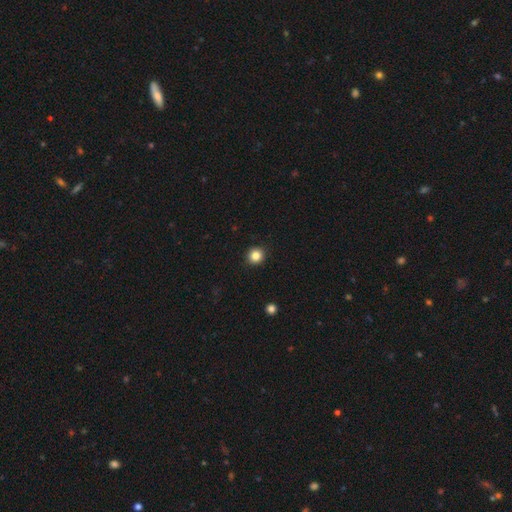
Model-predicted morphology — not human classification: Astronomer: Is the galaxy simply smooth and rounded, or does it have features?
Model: smooth — 84%.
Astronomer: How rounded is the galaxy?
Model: round — 92%.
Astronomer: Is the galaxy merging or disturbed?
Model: none — 93%.